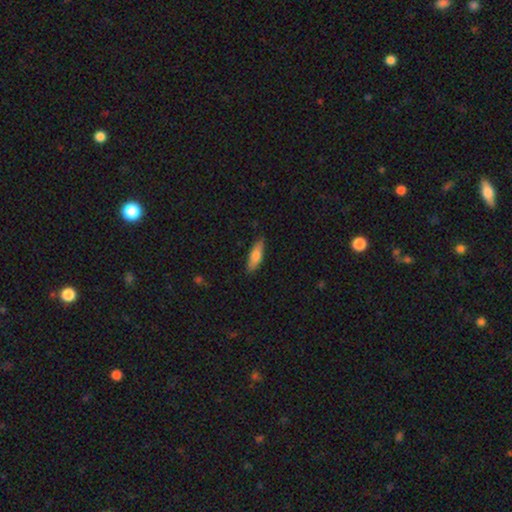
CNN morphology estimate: A smooth galaxy with no disk features (78%) that is cigar-shaped (52%). Merging: none (84%).